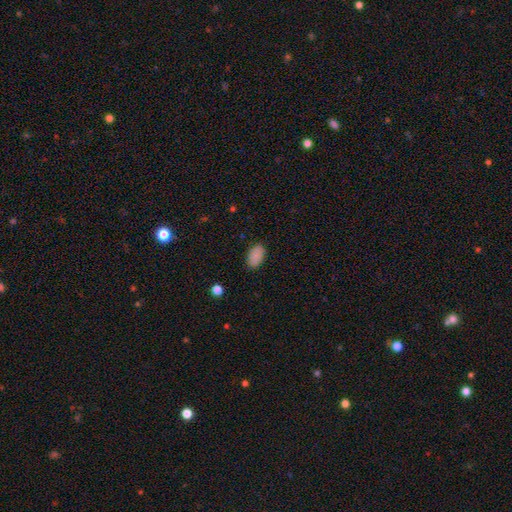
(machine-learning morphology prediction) smooth 88%, star or artifact 8%, featured or disk 4%. Down the decision tree: how rounded — in between (93%); merging — none (85%).